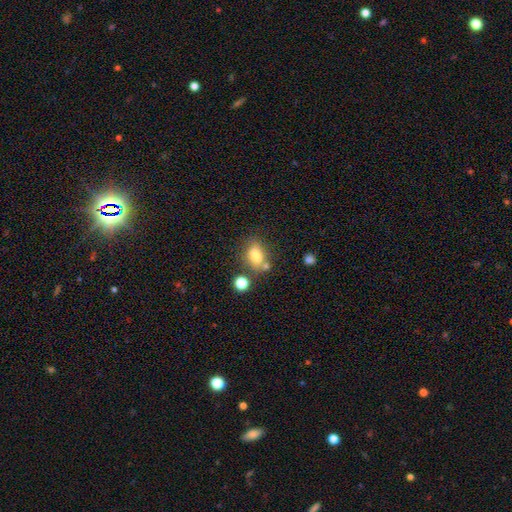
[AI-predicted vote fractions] Smooth or featured? Predicted: smooth (p=0.77). How rounded? Predicted: in between (p=0.77). Merging? Predicted: none (p=0.63).